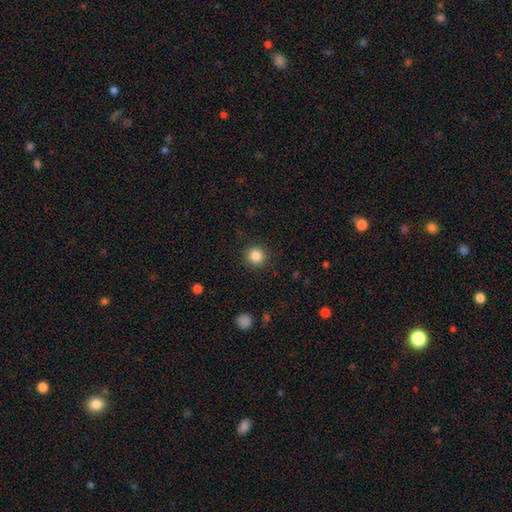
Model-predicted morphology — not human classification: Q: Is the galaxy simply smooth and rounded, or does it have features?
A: smooth — 85%.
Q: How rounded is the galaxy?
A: round — 93%.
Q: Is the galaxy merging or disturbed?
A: none — 90%.